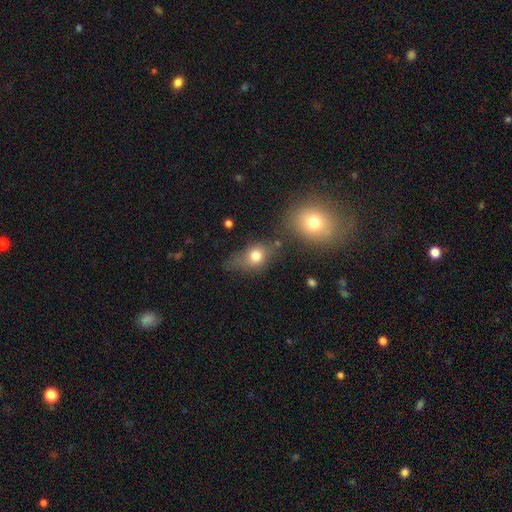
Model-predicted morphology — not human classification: type=smooth (73%); roundness=in between (60%); merging=none (51%).